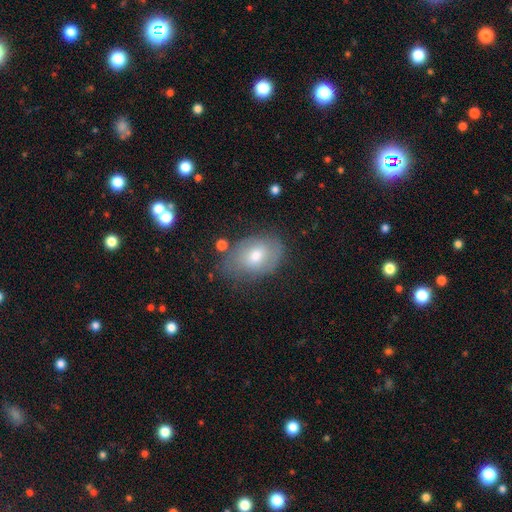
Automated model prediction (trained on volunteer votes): Smooth or featured? smooth (60%)
How rounded? in between (78%)
Merging? none (63%)